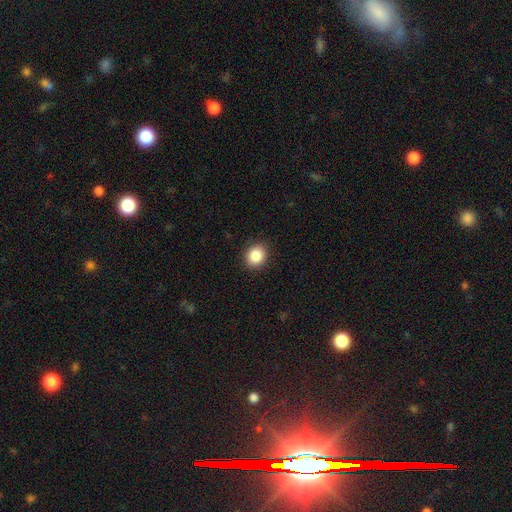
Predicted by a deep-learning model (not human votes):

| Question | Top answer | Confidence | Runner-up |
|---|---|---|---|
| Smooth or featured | smooth | 87% | star or artifact (9%) |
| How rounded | round | 70% | in between (29%) |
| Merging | none | 90% | minor disturbance (7%) |